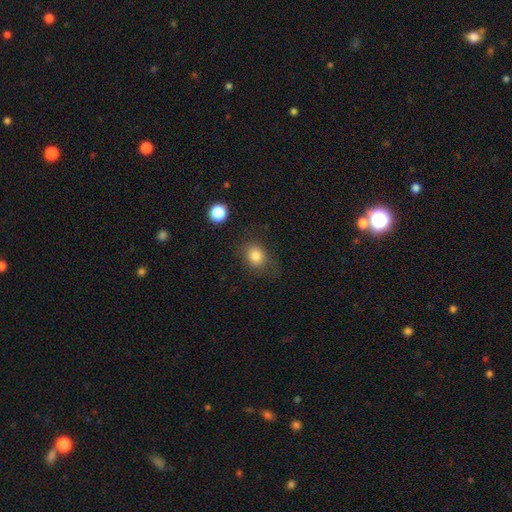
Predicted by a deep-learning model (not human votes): smooth-or-featured: smooth: 82% | star or artifact: 11% | featured or disk: 7%
  how-rounded: round: 54% | in between: 45% | cigar-shaped: 1%
  merging: none: 71% | minor disturbance: 18% | major disturbance: 8% | merger: 3%